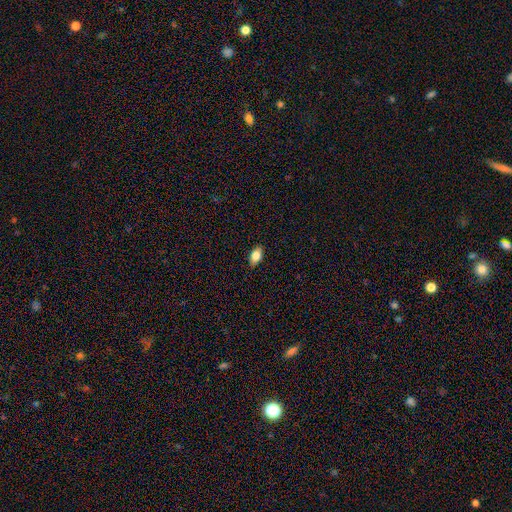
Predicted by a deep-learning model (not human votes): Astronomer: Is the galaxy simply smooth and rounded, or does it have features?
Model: smooth — 80%.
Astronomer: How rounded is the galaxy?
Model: in between — 88%.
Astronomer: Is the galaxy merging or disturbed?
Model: none — 86%.